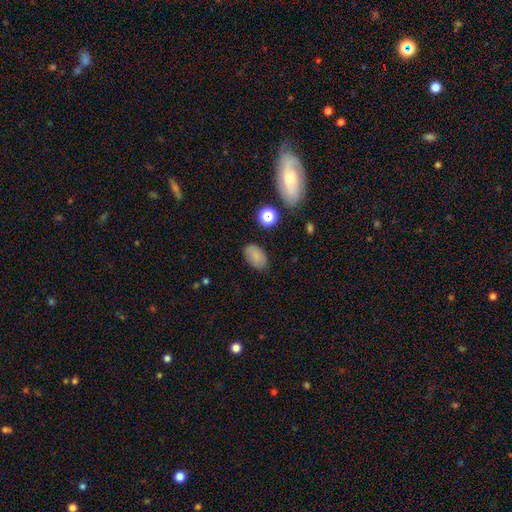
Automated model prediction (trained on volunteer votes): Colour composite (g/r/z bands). It shows a smooth galaxy with no disk features (79%) that is in between round and cigar-shaped (89%). Merging: none (81%).